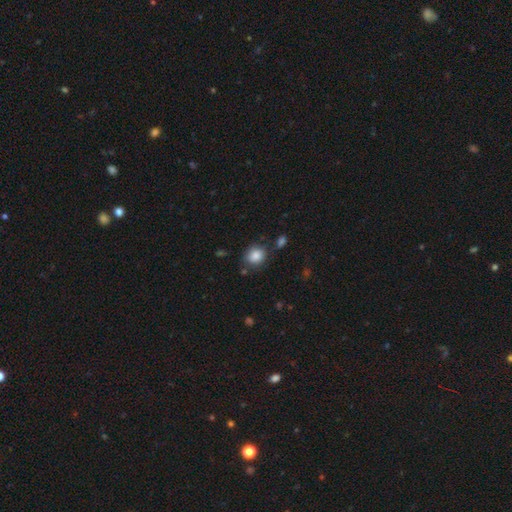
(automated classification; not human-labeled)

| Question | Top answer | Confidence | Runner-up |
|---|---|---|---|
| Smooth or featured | smooth | 86% | star or artifact (9%) |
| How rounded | round | 68% | in between (31%) |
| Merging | none | 75% | minor disturbance (15%) |